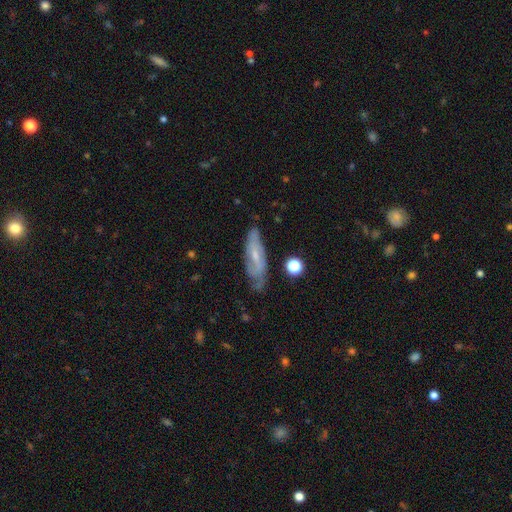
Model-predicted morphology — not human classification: Smooth or featured: featured or disk — 65% (smooth — 27%)
Edge-on disk: no — 77% (yes — 23%)
Bar: no — 47% (weak — 39%)
Spiral arms: yes — 83% (no — 17%)
Bulge size: small — 64% (moderate — 29%)
Merging: none — 59% (minor disturbance — 27%)